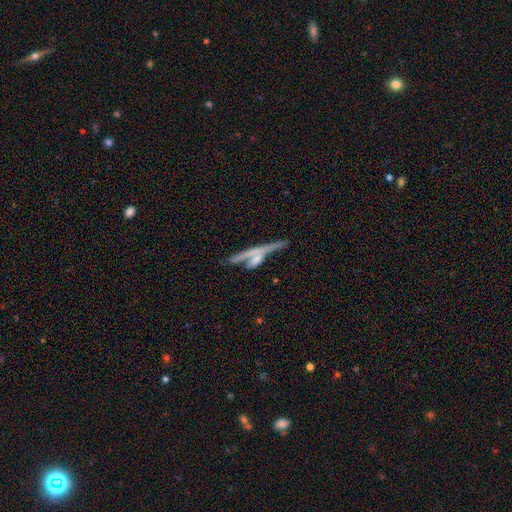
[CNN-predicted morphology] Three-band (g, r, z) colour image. It shows a featured or disk galaxy (52%) viewed edge-on (73%). Merging: merger (47%).